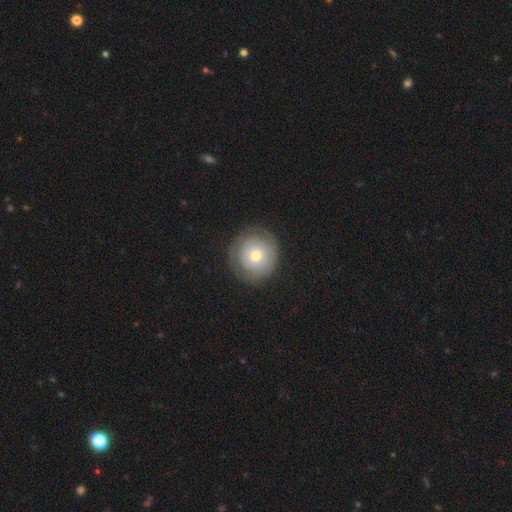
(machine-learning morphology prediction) This is possibly a smooth galaxy (55%). How rounded: clearly round (92%). Merging: likely none (80%).